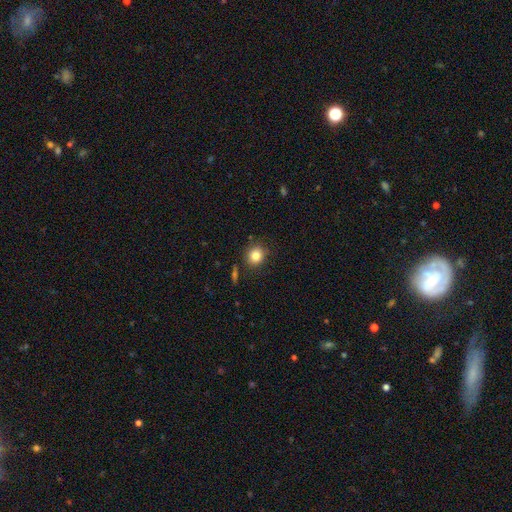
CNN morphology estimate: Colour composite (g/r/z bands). It shows a smooth galaxy with no disk features (83%) that is round (81%). Merging: none (85%).